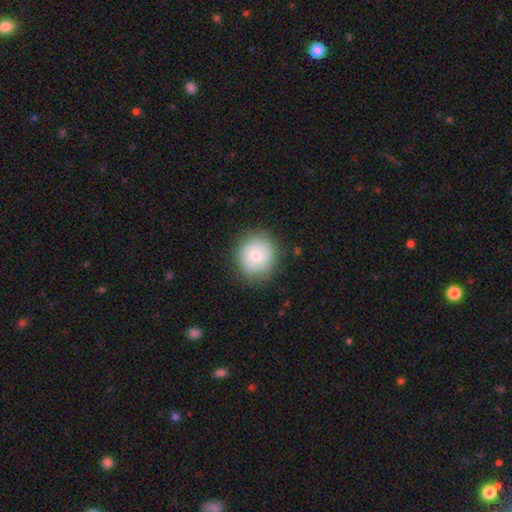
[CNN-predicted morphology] Smooth or featured?
  - smooth: 68% *
  - featured or disk: 23%
  - star or artifact: 8%
How rounded?
  - round: 89% *
  - in between: 10%
  - cigar-shaped: 1%
Merging?
  - none: 82% *
  - minor disturbance: 13%
  - major disturbance: 4%
  - merger: 1%